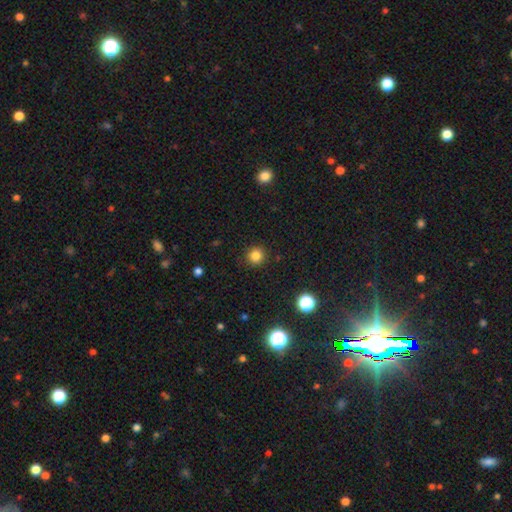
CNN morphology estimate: This is clearly a smooth galaxy (82%). How rounded: clearly round (93%). Merging: clearly none (91%).